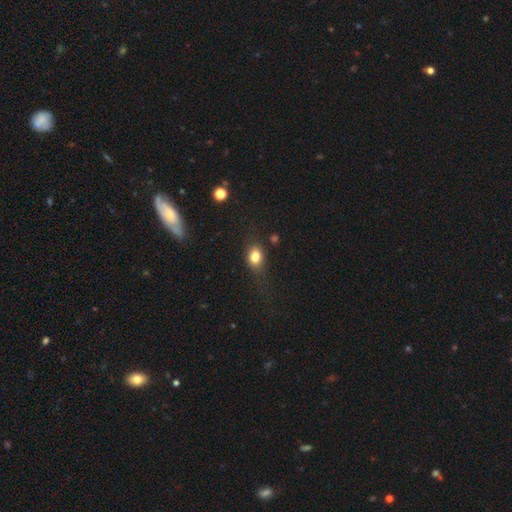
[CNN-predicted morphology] Overall: smooth (80%). How rounded: in between (65%; round 32%). Merging: none (63%).